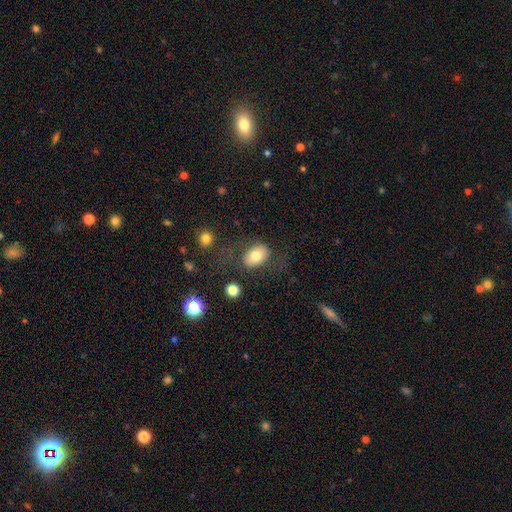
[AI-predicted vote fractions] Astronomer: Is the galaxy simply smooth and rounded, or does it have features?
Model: smooth — 75%.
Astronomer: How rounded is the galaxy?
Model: in between — 77%.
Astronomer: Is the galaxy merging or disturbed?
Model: none — 68%.